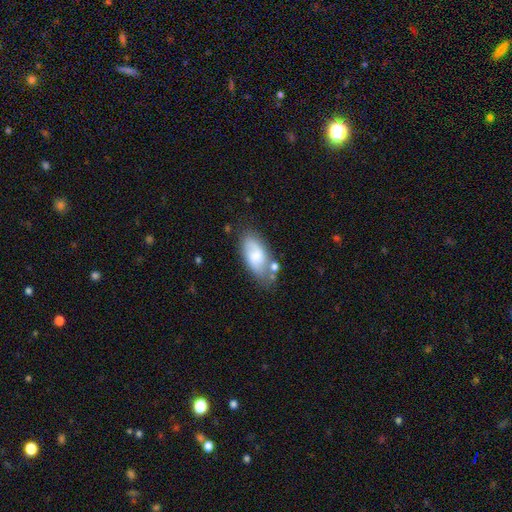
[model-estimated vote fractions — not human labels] Smooth or featured? Predicted: smooth (p=0.60). How rounded? Predicted: in between (p=0.90). Merging? Predicted: none (p=0.58).